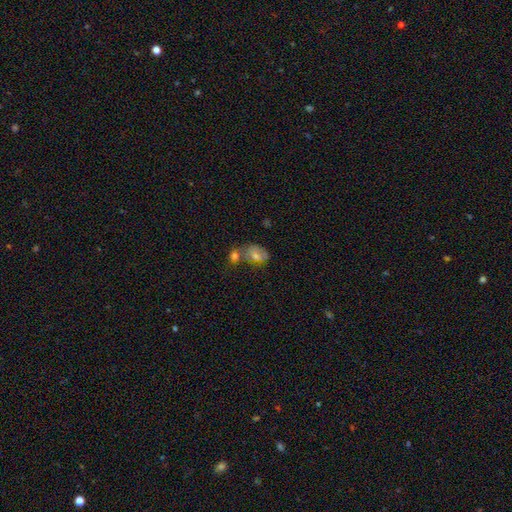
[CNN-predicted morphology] The model was most divided on "smooth or featured": smooth: 45%, featured or disk: 39%, star or artifact: 16%. Remaining: merging — none (45%).